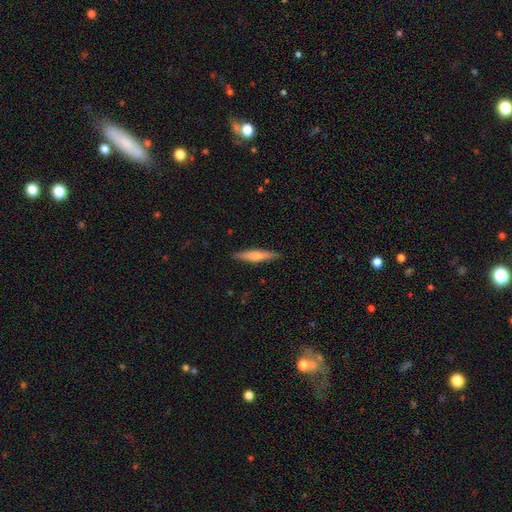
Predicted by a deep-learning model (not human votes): Overall: smooth (57%; featured or disk 37%). How rounded: cigar-shaped (89%). Merging: none (89%).